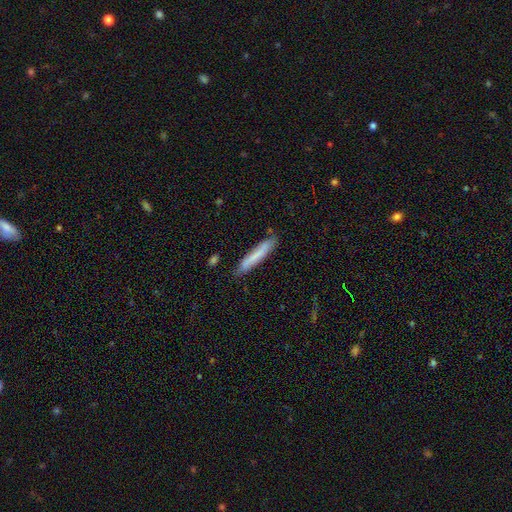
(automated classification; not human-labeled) smooth-or-featured: smooth: 71% | featured or disk: 23% | star or artifact: 6%
  how-rounded: cigar-shaped: 94% | in between: 5% | round: 1%
  merging: none: 83% | minor disturbance: 13% | major disturbance: 2% | merger: 2%